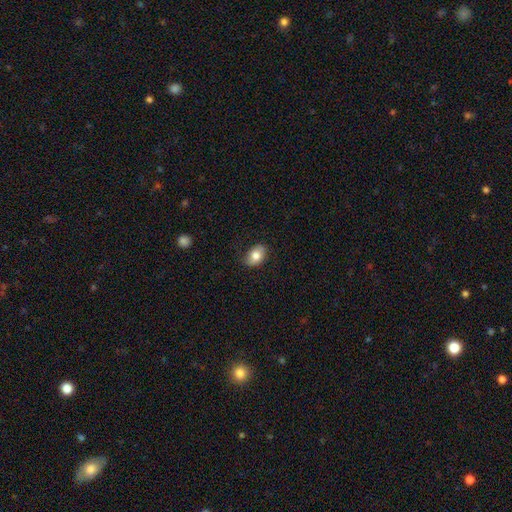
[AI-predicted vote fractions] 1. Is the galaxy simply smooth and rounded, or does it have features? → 80% smooth, 12% featured or disk, 8% star or artifact.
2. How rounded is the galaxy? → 82% in between, 17% round, 1% cigar-shaped.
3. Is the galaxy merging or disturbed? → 79% none, 16% minor disturbance, 4% major disturbance, 1% merger.